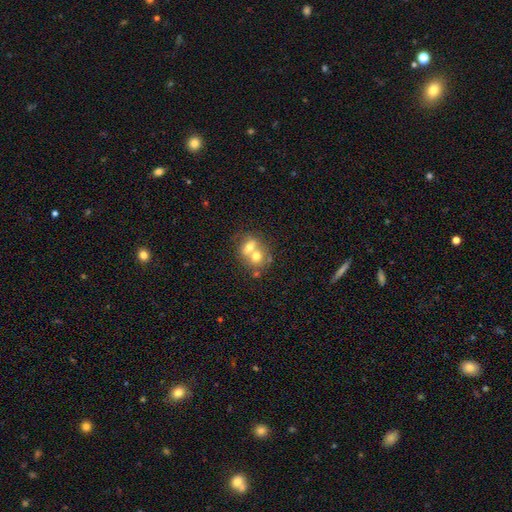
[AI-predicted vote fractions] This appears to be a smooth galaxy with no disk features (63%) that is round (61%). Merging: merger (65%).